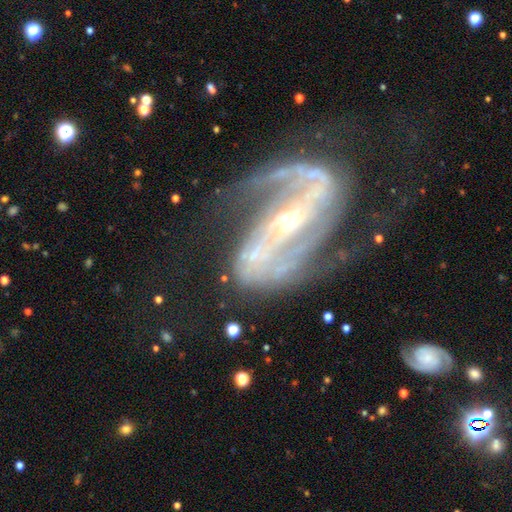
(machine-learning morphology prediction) type=featured or disk (75%); edge-on=no (91%); bar=no (41%); spiral arms=yes (78%); winding=tight (35%, tied with medium); arm count=2 (44%); bulge=moderate (47%); merging=none (44%).